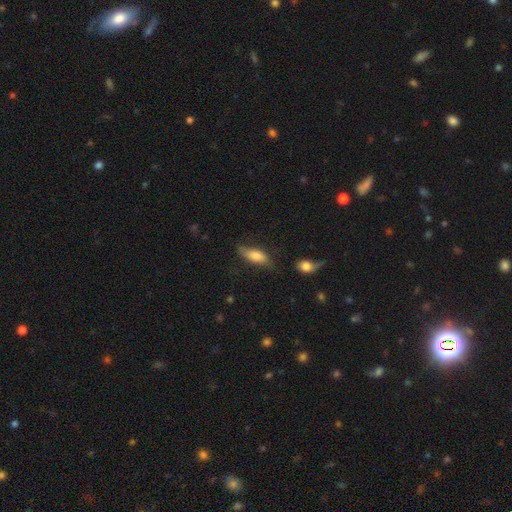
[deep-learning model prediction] A smooth galaxy with no disk features (75%) that is in between round and cigar-shaped (72%). Merging: none (55%).